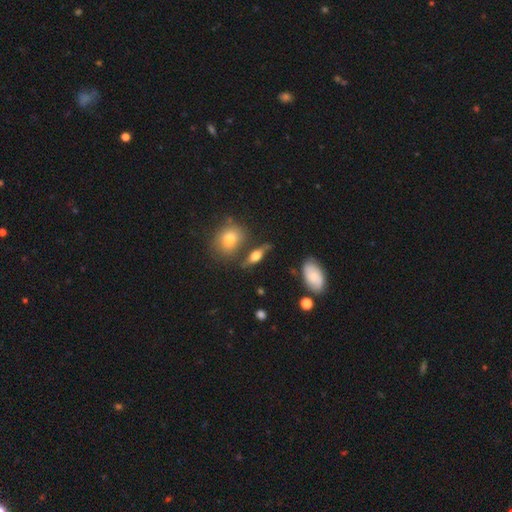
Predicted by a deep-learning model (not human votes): smooth 47%, featured or disk 43%, star or artifact 10%. Down the decision tree: merging — none (68%).